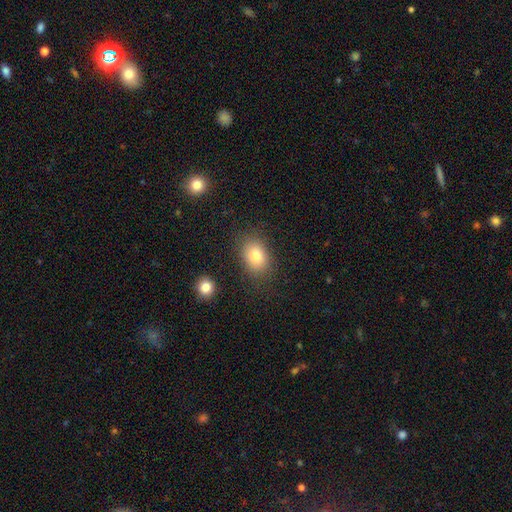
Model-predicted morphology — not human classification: Overall: smooth (81%). How rounded: in between (75%). Merging: none (80%).